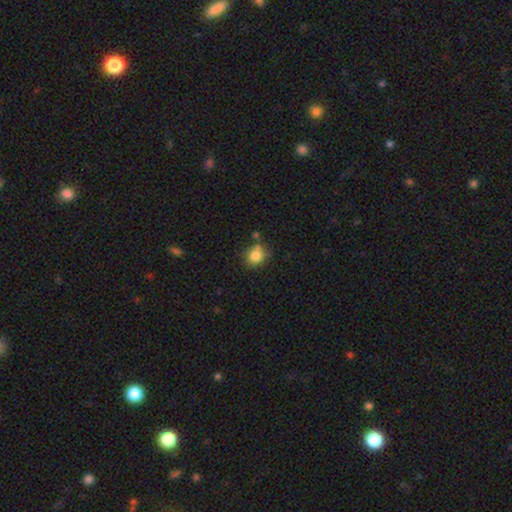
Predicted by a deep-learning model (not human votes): Smooth or featured? Predicted: smooth (p=0.82). How rounded? Predicted: round (p=0.73). Merging? Predicted: none (p=0.65).